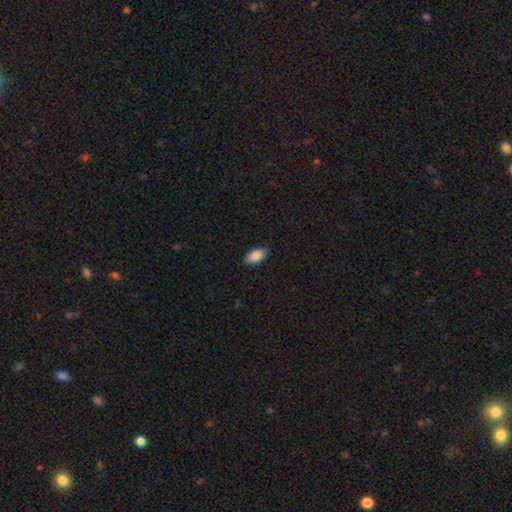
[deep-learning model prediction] Morphology: type=smooth (88%); roundness=in between (93%); merging=none (88%).